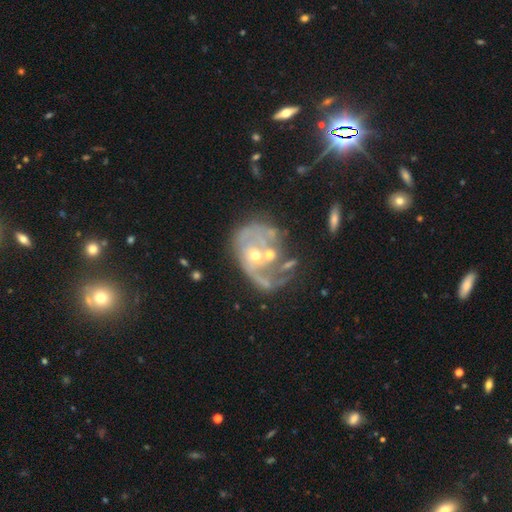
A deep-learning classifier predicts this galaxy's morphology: smooth-or-featured: featured or disk: 74% | smooth: 16% | star or artifact: 10%
  disk-edge-on: no: 98% | yes: 2%
    bar: no: 82% | weak: 15% | strong: 3%
    has-spiral-arms: yes: 55% | no: 45%
    bulge-size: small: 46% | moderate: 43% | none: 6% | large: 3% | dominant: 1%
  merging: major disturbance: 31% | merger: 28% | none: 25% | minor disturbance: 16%